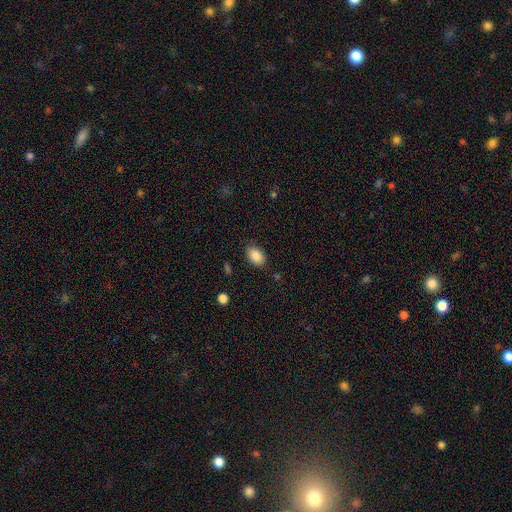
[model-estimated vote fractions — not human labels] This is clearly a smooth galaxy (87%). How rounded: clearly in between (87%). Merging: clearly none (84%).